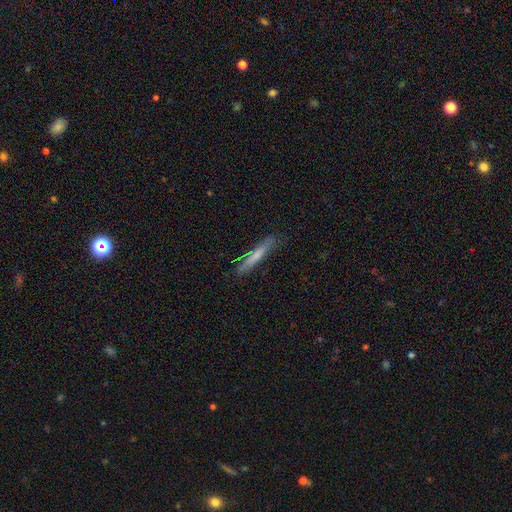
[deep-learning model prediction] A smooth galaxy with no disk features (64%) that is cigar-shaped (95%).

Vote fractions:
- Smooth or featured? smooth: 64% / featured or disk: 30% / star or artifact: 6%
- How rounded? cigar-shaped: 95% / in between: 4% / round: 1%
- Merging? none: 81% / minor disturbance: 15% / major disturbance: 3% / merger: 2%